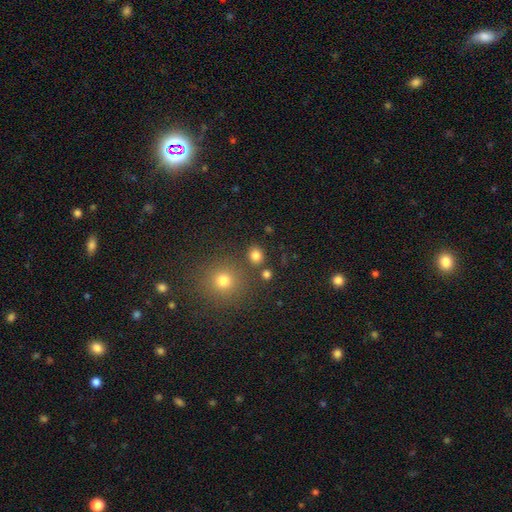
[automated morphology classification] A smooth galaxy with no disk features (79%) that is round (76%).

Vote fractions:
- Smooth or featured? smooth: 79% / star or artifact: 16% / featured or disk: 5%
- How rounded? round: 76% / in between: 23% / cigar-shaped: 1%
- Merging? none: 81% / minor disturbance: 8% / merger: 8% / major disturbance: 3%